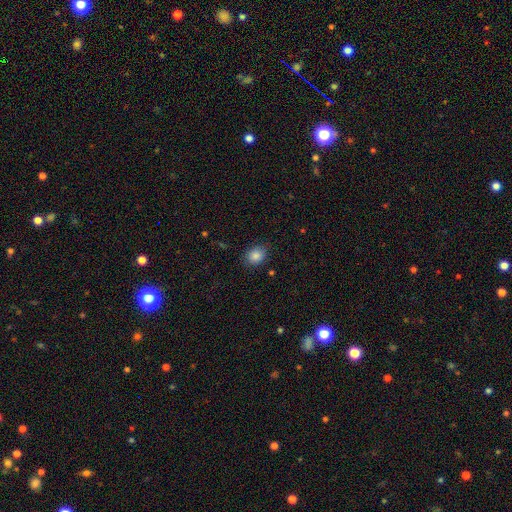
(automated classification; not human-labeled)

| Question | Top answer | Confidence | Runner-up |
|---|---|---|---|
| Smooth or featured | smooth | 85% | star or artifact (9%) |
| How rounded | round | 53% | in between (46%) |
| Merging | none | 83% | minor disturbance (13%) |